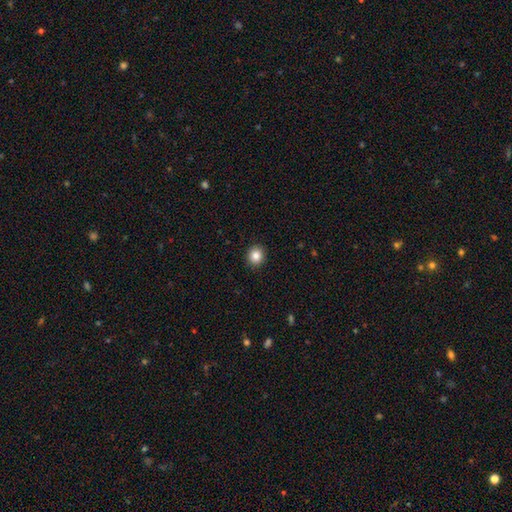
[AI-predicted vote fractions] A smooth galaxy with no disk features (85%) that is round (83%).

Vote fractions:
- Smooth or featured? smooth: 85% / star or artifact: 10% / featured or disk: 5%
- How rounded? round: 83% / in between: 16% / cigar-shaped: 1%
- Merging? none: 92% / minor disturbance: 5% / major disturbance: 2% / merger: 1%